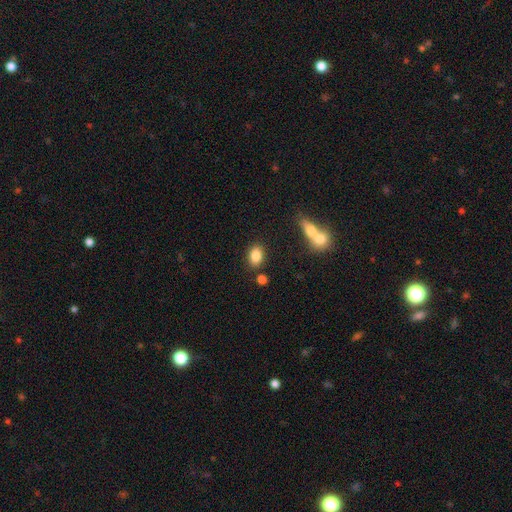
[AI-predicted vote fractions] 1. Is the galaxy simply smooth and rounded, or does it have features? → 84% smooth, 9% star or artifact, 8% featured or disk.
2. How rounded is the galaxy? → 80% in between, 18% round, 2% cigar-shaped.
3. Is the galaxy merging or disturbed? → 78% none, 10% minor disturbance, 8% merger, 3% major disturbance.